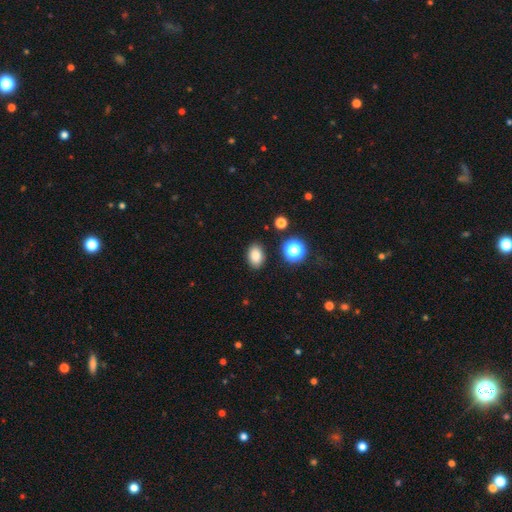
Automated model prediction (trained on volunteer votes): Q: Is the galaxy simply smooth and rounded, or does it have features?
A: smooth — 84%.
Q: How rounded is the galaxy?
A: in between — 82%.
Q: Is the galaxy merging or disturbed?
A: none — 86%.